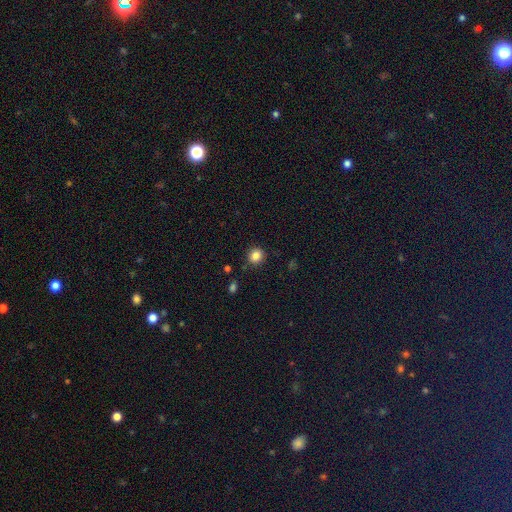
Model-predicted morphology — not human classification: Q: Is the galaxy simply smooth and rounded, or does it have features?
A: smooth — 84%.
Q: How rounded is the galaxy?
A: round — 90%.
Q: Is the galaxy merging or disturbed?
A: none — 88%.